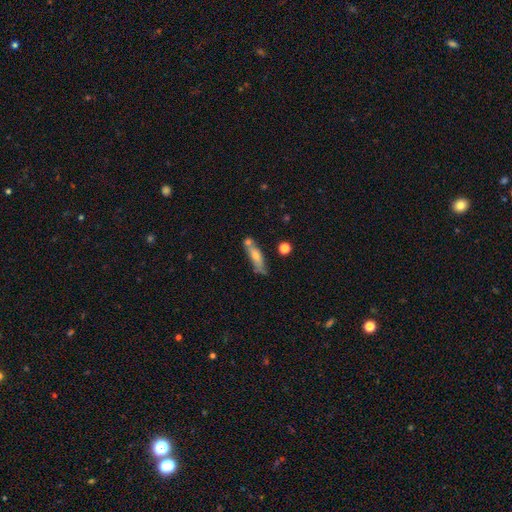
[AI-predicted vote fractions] Smooth or featured? Predicted: smooth (p=0.58). How rounded? Predicted: cigar-shaped (p=0.64). Merging? Predicted: none (p=0.51).